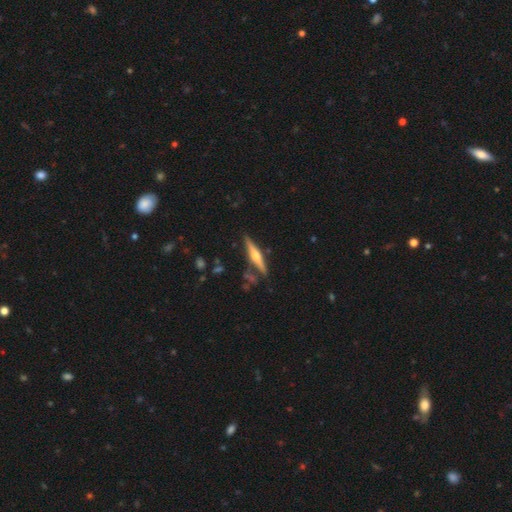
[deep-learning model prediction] featured or disk 70%, smooth 25%, star or artifact 6%. Down the decision tree: edge-on disk — yes (97%); edge-on bulge — rounded (92%); merging — none (83%).